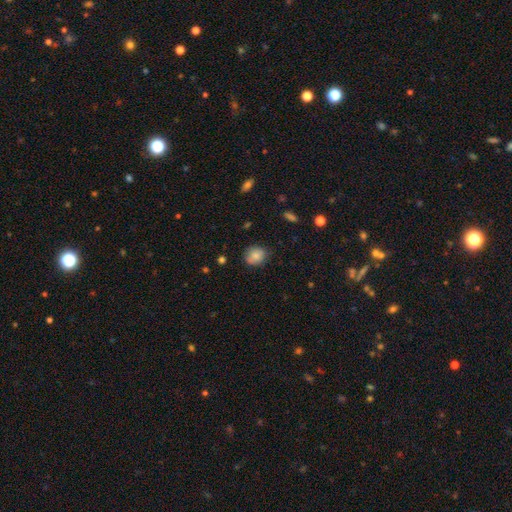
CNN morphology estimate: smooth-or-featured: smooth: 83% | star or artifact: 9% | featured or disk: 8%
  how-rounded: round: 70% | in between: 29% | cigar-shaped: 1%
  merging: none: 77% | minor disturbance: 18% | major disturbance: 4% | merger: 2%